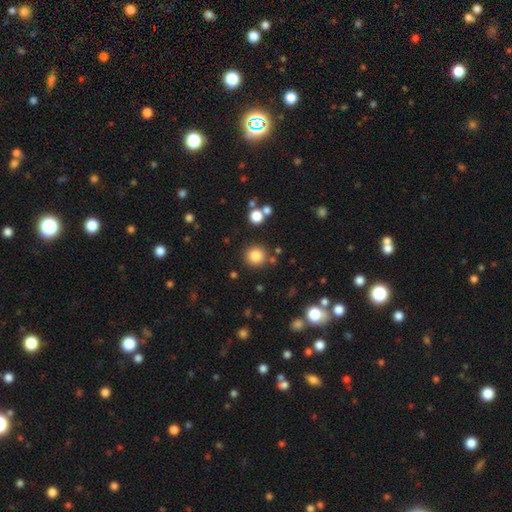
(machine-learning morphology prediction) The model was most divided on "smooth or featured": smooth: 82%, star or artifact: 12%, featured or disk: 6%. More confident: how rounded — round (93%); merging — none (85%).